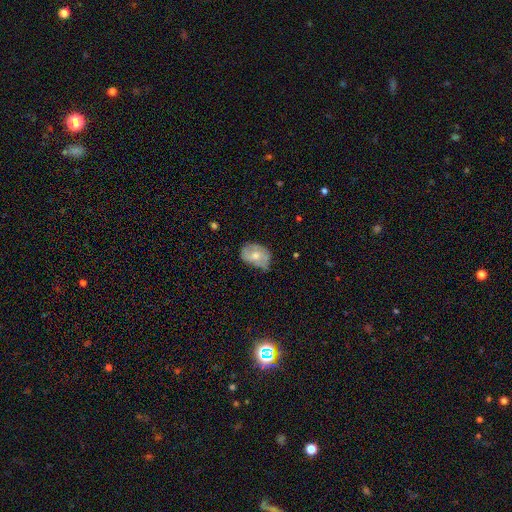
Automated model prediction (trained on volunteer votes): Q: Smooth or featured?
A: smooth (51%); runner-up: featured or disk (42%)
Q: How rounded?
A: in between (79%); runner-up: round (20%)
Q: Merging?
A: minor disturbance (41%); tied with: none (41%)